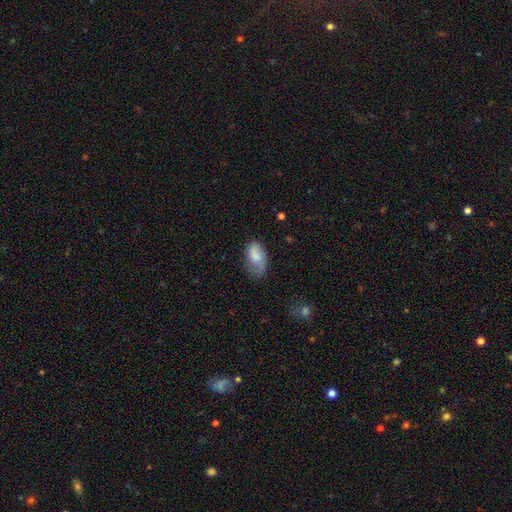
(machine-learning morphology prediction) type=smooth (72%); roundness=in between (93%); merging=none (48%).